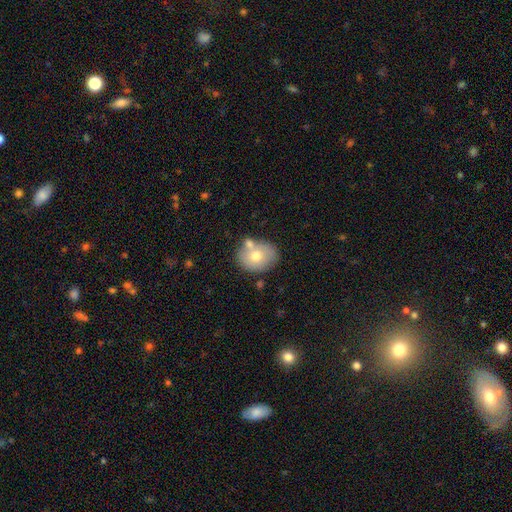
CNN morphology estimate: A smooth galaxy with no disk features (68%) that is round (54%). Merging: none (62%).